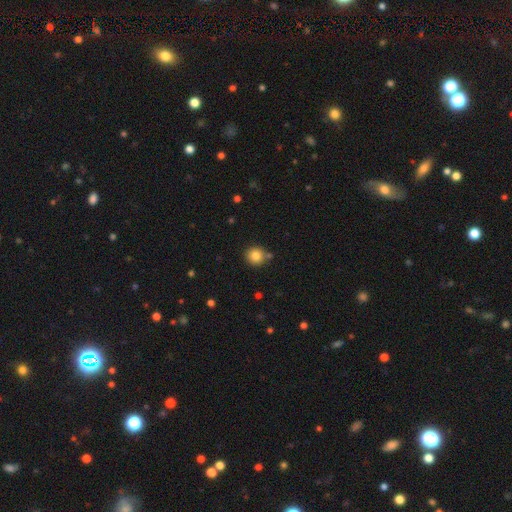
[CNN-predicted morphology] Overall: smooth (83%). How rounded: round (91%). Merging: none (78%).